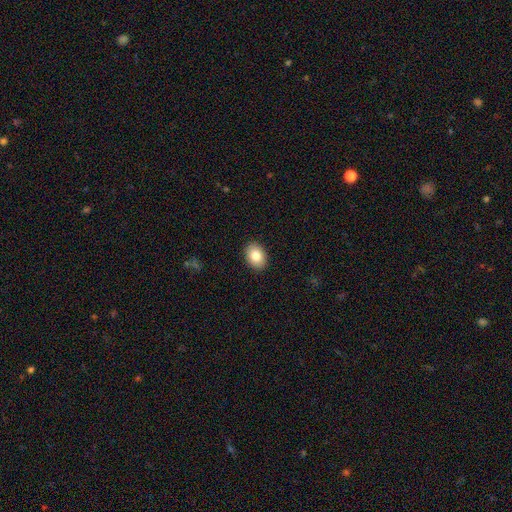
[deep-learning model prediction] Smooth or featured? Predicted: smooth (p=0.83). How rounded? Predicted: in between (p=0.73). Merging? Predicted: none (p=0.90).